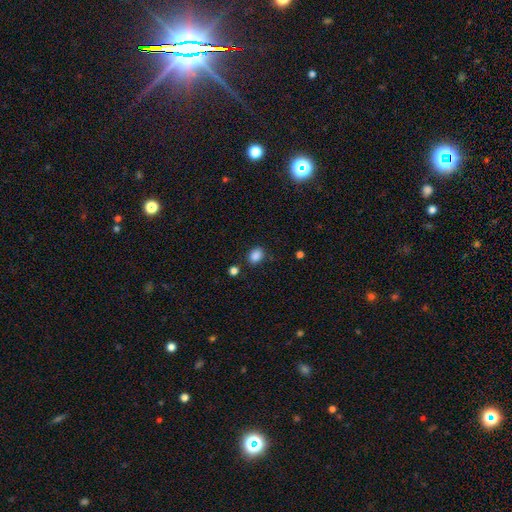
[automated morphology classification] A smooth galaxy with no disk features (86%) that is in between round and cigar-shaped (58%).

Vote fractions:
- Smooth or featured? smooth: 86% / star or artifact: 10% / featured or disk: 3%
- How rounded? in between: 58% / round: 41% / cigar-shaped: 1%
- Merging? none: 79% / minor disturbance: 13% / merger: 4% / major disturbance: 4%